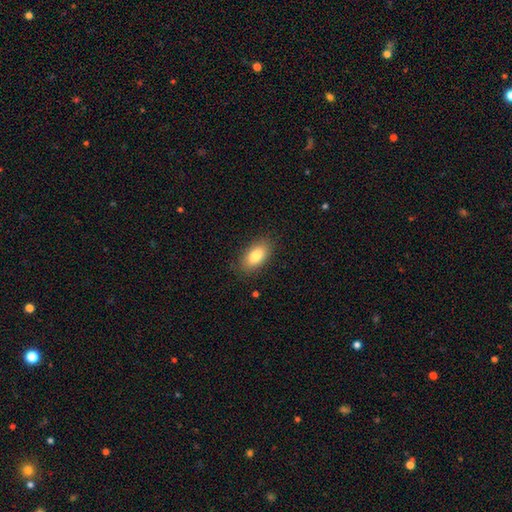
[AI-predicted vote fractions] Smooth or featured? Predicted: smooth (p=0.83). How rounded? Predicted: in between (p=0.92). Merging? Predicted: none (p=0.86).